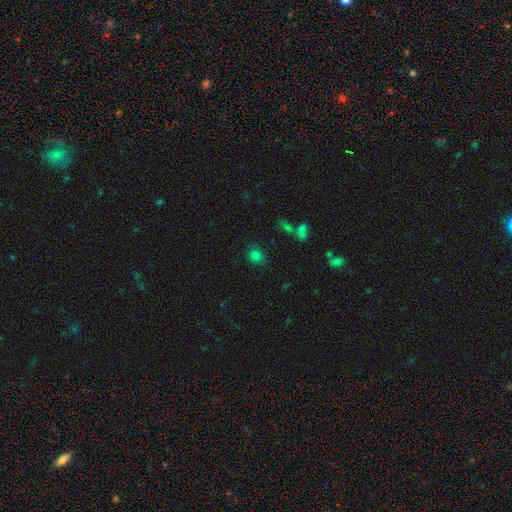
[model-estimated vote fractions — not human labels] Morphology: type=smooth (78%); roundness=round (75%); merging=none (82%).